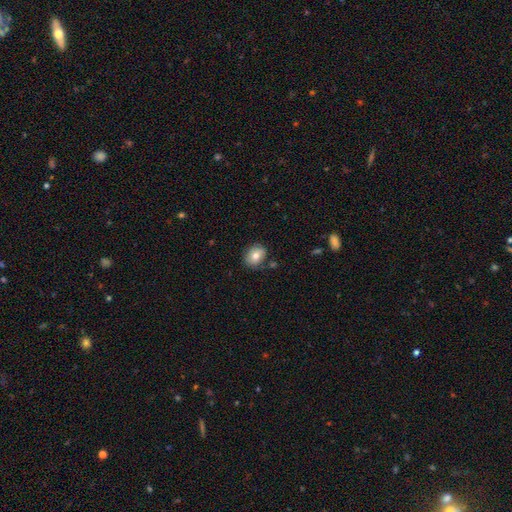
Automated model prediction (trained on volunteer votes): The model was most divided on "how rounded": round: 52%, in between: 47%, cigar-shaped: 1%. More confident: merging — none (80%); smooth or featured — smooth (76%).